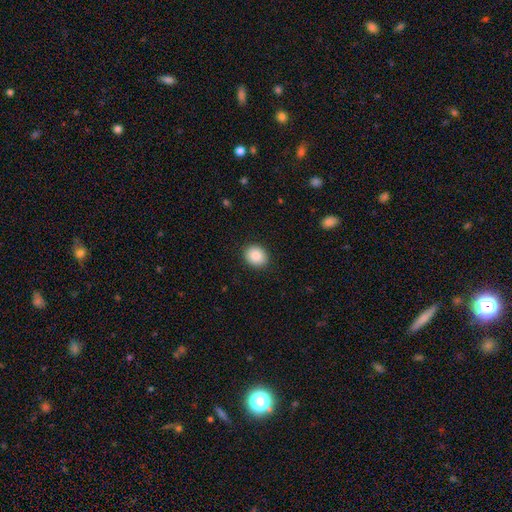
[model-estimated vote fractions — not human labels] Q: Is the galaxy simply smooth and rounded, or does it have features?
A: smooth — 88%.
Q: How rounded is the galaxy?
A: round — 56%.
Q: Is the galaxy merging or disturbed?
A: none — 90%.